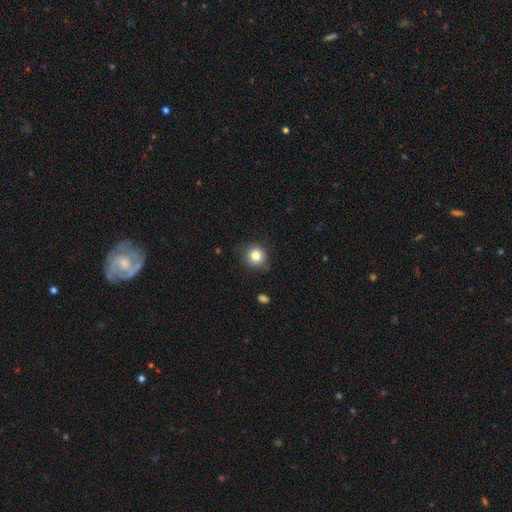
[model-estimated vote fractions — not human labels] Smooth or featured?
  - smooth: 81% *
  - star or artifact: 11%
  - featured or disk: 8%
How rounded?
  - round: 90% *
  - in between: 9%
  - cigar-shaped: 1%
Merging?
  - none: 82% *
  - minor disturbance: 14%
  - major disturbance: 3%
  - merger: 1%